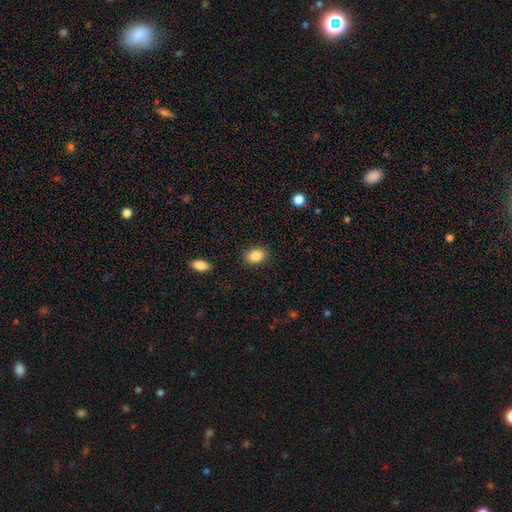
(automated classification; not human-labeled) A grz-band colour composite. It shows a smooth galaxy with no disk features (87%) that is in between round and cigar-shaped (68%). Merging: none (86%).